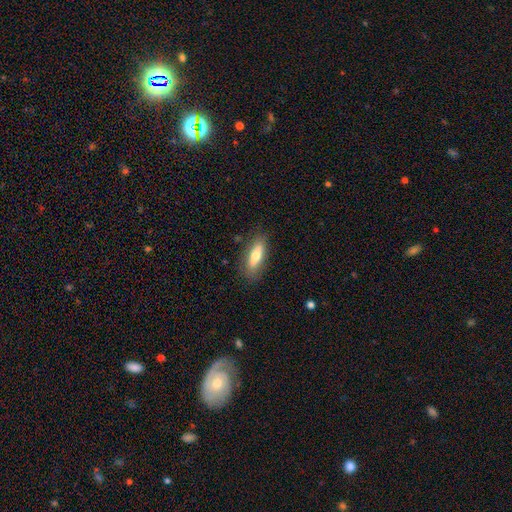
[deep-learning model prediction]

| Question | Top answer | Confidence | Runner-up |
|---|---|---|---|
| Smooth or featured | smooth | 68% | featured or disk (25%) |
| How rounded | in between | 57% | cigar-shaped (40%) |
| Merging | none | 81% | minor disturbance (14%) |